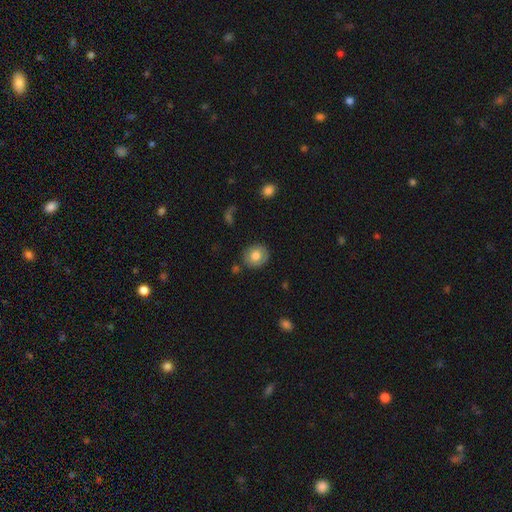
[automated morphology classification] smooth 74%, featured or disk 19%, star or artifact 8%. Down the decision tree: how rounded — round (75%); merging — none (84%).